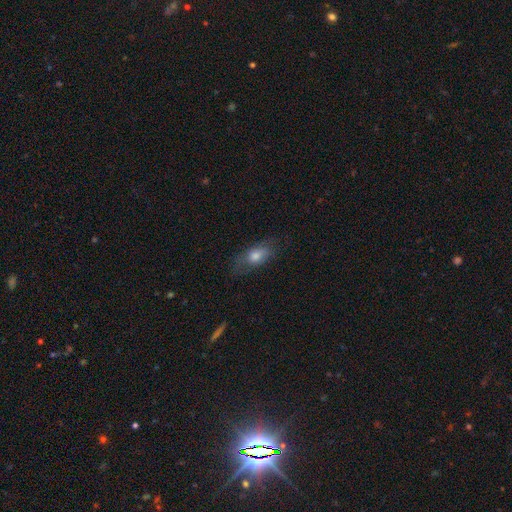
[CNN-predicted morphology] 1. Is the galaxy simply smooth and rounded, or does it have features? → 59% smooth, 30% featured or disk, 11% star or artifact.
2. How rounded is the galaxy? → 75% in between, 16% cigar-shaped, 8% round.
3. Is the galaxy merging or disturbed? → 67% none, 21% minor disturbance, 10% major disturbance, 1% merger.